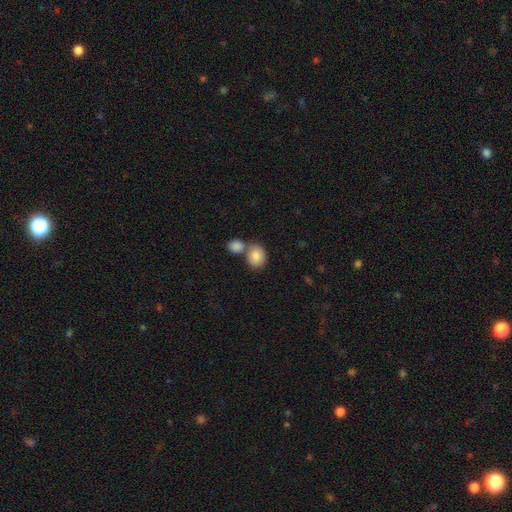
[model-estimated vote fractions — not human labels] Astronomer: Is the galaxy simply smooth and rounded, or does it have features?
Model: smooth — 84%.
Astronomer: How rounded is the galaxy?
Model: in between — 51% (runner-up: round, 48%).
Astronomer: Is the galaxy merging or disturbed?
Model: none — 47% (runner-up: merger, 41%).